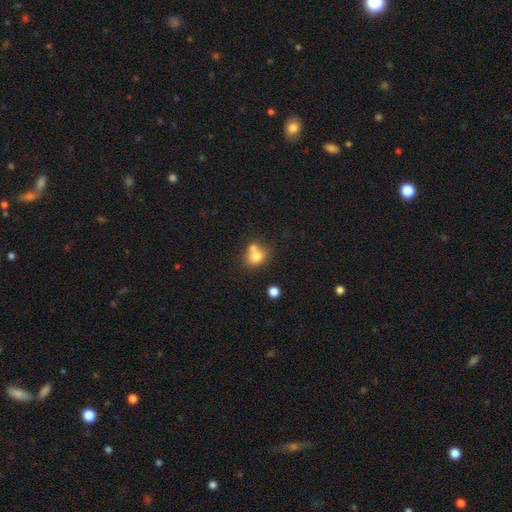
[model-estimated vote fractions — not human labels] Smooth or featured? Predicted: smooth (p=0.76). How rounded? Predicted: round (p=0.68). Merging? Predicted: none (p=0.45).